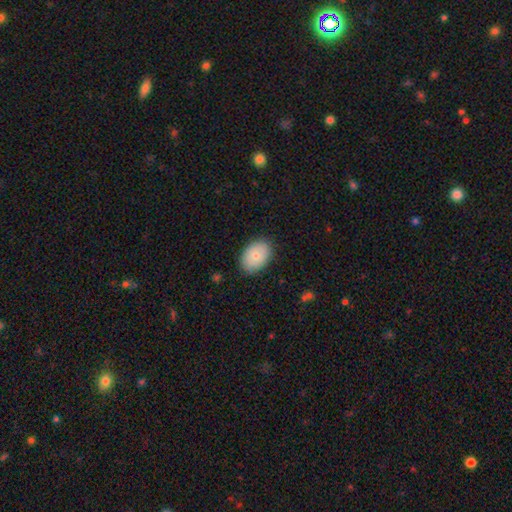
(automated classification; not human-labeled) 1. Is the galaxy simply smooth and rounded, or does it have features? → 78% smooth, 15% featured or disk, 7% star or artifact.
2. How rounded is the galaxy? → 82% in between, 17% round, 1% cigar-shaped.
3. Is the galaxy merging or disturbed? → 86% none, 11% minor disturbance, 2% major disturbance, 1% merger.